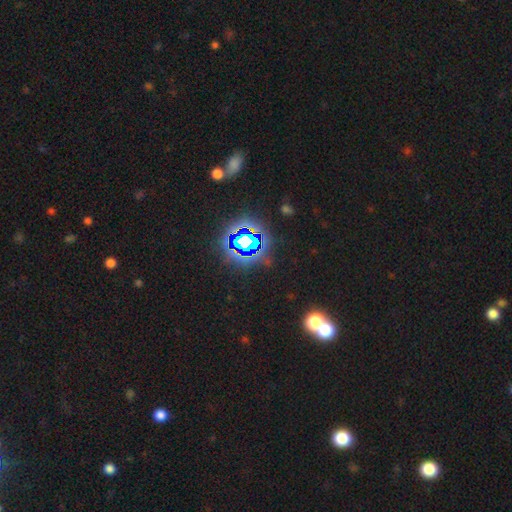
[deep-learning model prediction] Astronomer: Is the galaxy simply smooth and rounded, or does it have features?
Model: star or artifact — 82%.